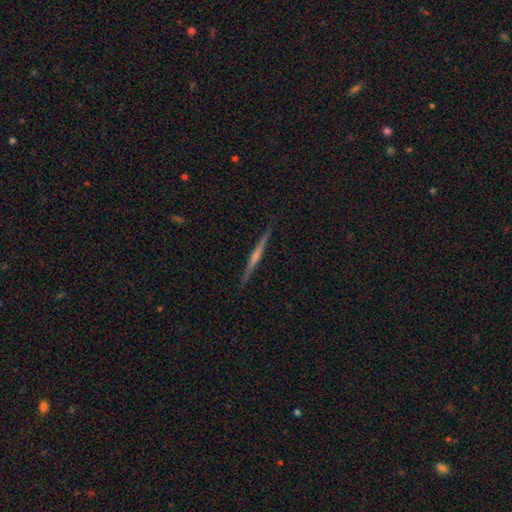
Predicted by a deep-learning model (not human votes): smooth-or-featured: featured or disk: 70% | smooth: 23% | star or artifact: 6%
  disk-edge-on: yes: 98% | no: 2%
    edge-on-bulge: rounded: 46% | none: 40% | boxy: 13%
  merging: none: 91% | minor disturbance: 6% | major disturbance: 1% | merger: 1%